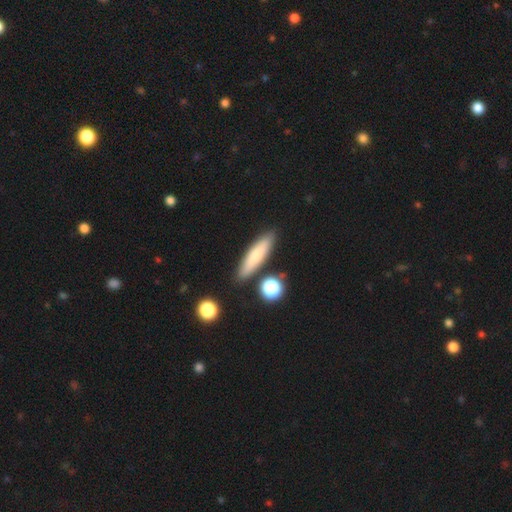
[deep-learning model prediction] A smooth galaxy with no disk features (69%) that is cigar-shaped (72%).

Vote fractions:
- Smooth or featured? smooth: 69% / featured or disk: 23% / star or artifact: 8%
- How rounded? cigar-shaped: 72% / in between: 26% / round: 3%
- Merging? none: 84% / minor disturbance: 9% / merger: 4% / major disturbance: 2%